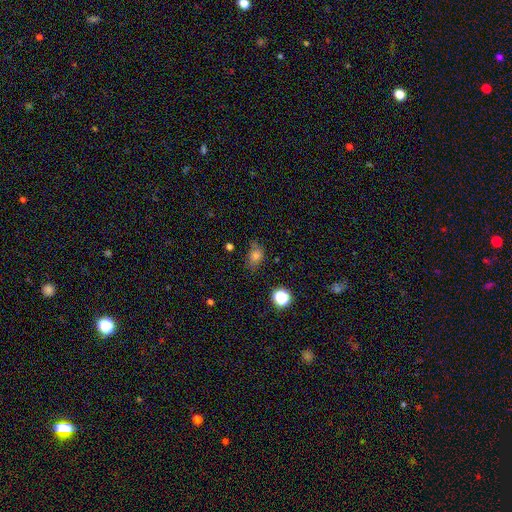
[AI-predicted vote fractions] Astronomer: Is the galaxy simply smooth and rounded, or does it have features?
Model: smooth — 76%.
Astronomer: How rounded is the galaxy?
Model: in between — 68%.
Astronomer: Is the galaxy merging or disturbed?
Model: none — 69%.